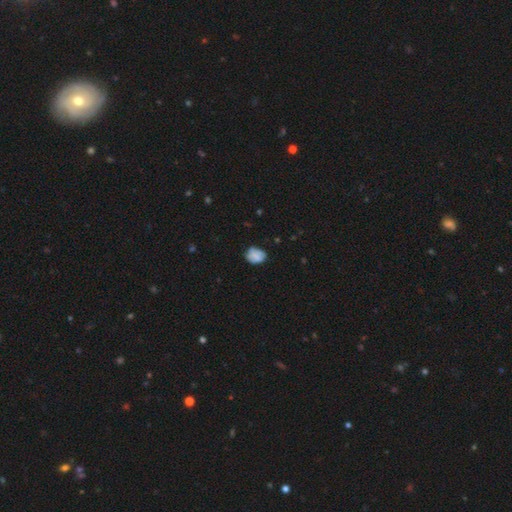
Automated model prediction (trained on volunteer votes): smooth-or-featured: smooth: 66% | featured or disk: 22% | star or artifact: 12%
  how-rounded: in between: 61% | round: 37% | cigar-shaped: 1%
  merging: none: 59% | minor disturbance: 29% | major disturbance: 9% | merger: 3%